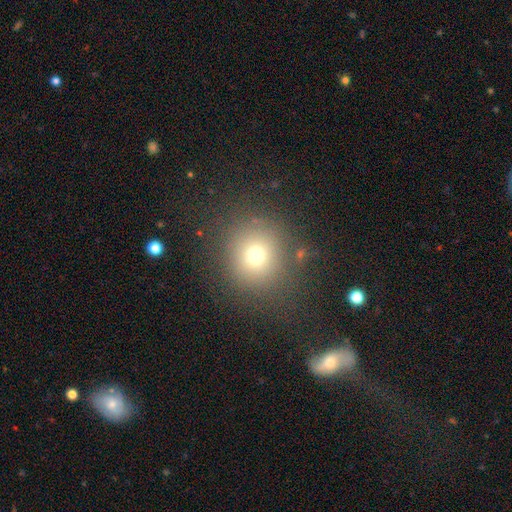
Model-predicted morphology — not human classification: smooth_or_featured: smooth (p=0.71) [alt: star or artifact p=0.18]
how_rounded: round (p=0.91) [alt: in between p=0.08]
merging: none (p=0.83) [alt: minor disturbance p=0.09]